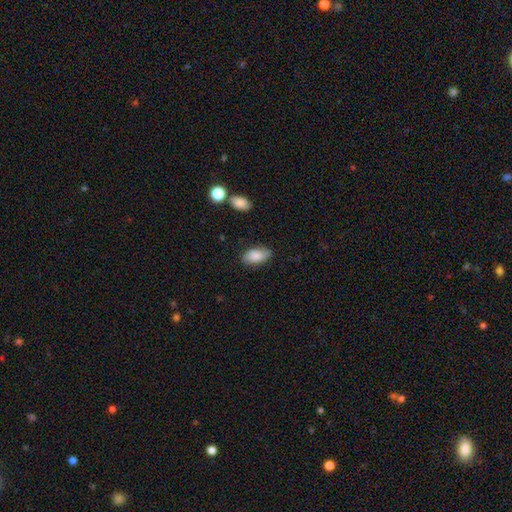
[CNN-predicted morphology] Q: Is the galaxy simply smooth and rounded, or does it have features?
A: smooth — 86%.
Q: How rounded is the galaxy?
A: in between — 94%.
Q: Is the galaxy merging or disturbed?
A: none — 82%.